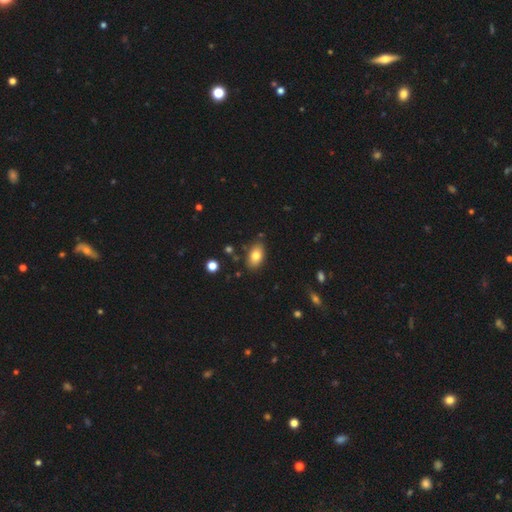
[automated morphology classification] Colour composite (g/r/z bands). It shows a smooth galaxy with no disk features (80%) that is in between round and cigar-shaped (90%). Merging: none (83%).